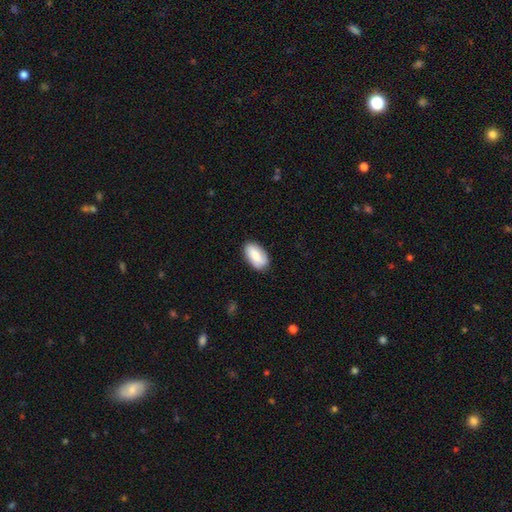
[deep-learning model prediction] This is clearly a smooth galaxy (81%). How rounded: clearly in between (94%). Merging: clearly none (85%).